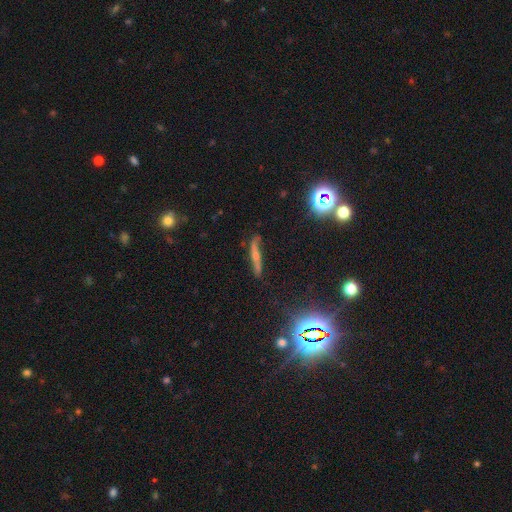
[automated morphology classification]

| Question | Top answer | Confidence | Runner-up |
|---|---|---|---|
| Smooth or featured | featured or disk | 56% | smooth (29%) |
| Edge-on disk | yes | 72% | no (28%) |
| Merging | none | 70% | minor disturbance (21%) |